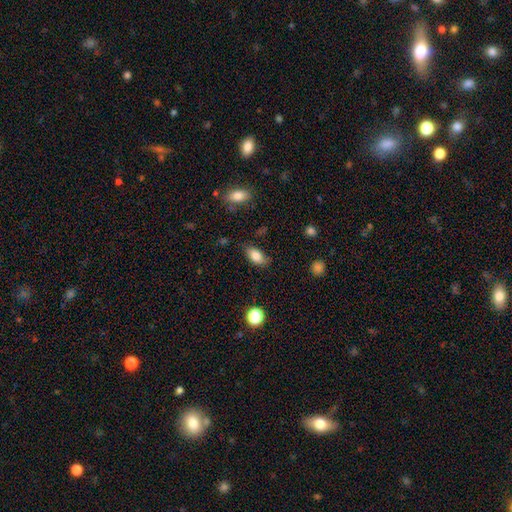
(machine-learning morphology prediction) smooth-or-featured: smooth: 84% | star or artifact: 8% | featured or disk: 8%
  how-rounded: in between: 90% | round: 6% | cigar-shaped: 4%
  merging: none: 77% | minor disturbance: 17% | major disturbance: 4% | merger: 2%